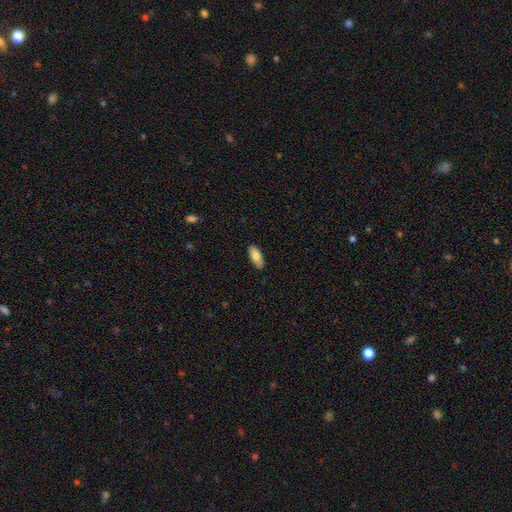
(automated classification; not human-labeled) Smooth or featured?
  - smooth: 79% *
  - featured or disk: 14%
  - star or artifact: 6%
How rounded?
  - in between: 87% *
  - cigar-shaped: 11%
  - round: 2%
Merging?
  - none: 88% *
  - minor disturbance: 9%
  - major disturbance: 2%
  - merger: 1%